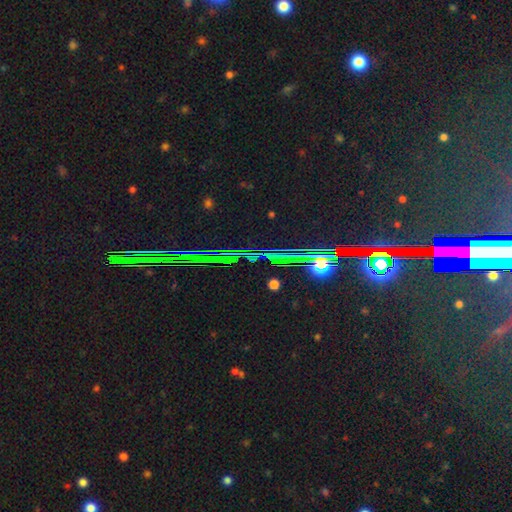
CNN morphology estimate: A star or artifact, not a galaxy (83%).